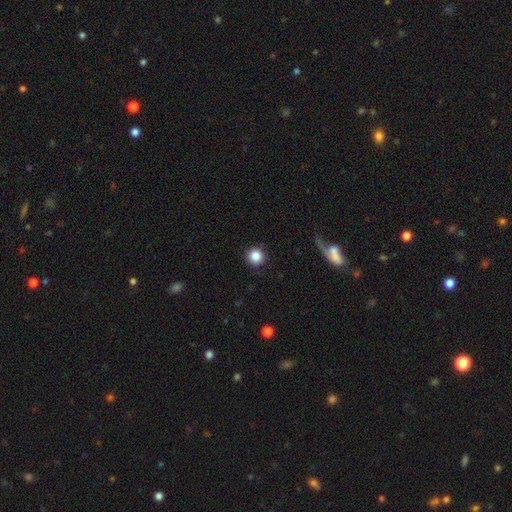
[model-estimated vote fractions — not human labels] This appears to be a smooth galaxy with no disk features (86%) that is round (95%). Merging: none (91%).